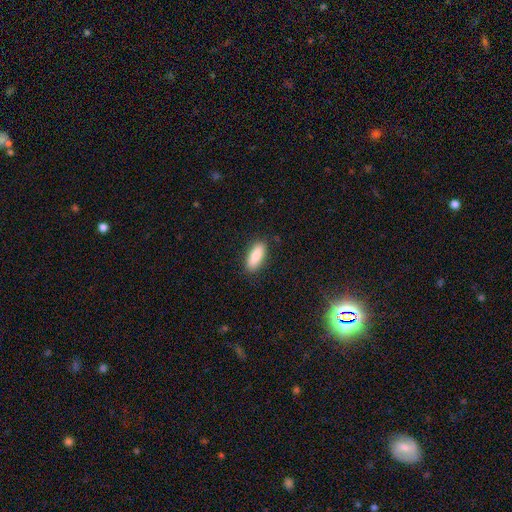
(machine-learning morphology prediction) This appears to be a smooth galaxy with no disk features (87%) that is in between round and cigar-shaped (74%). Merging: none (87%).